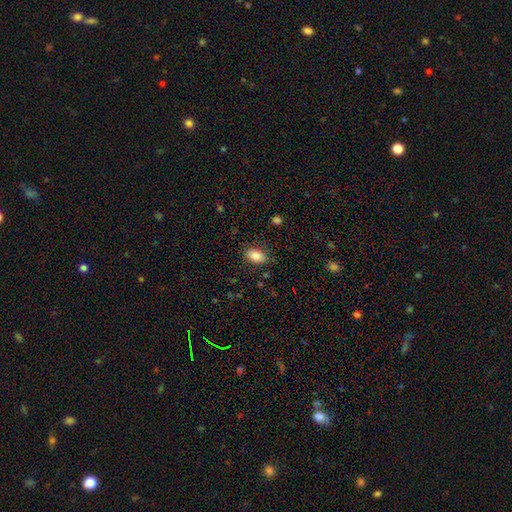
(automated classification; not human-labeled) Smooth or featured: smooth — 83% (featured or disk — 9%)
How rounded: in between — 91% (round — 7%)
Merging: none — 82% (minor disturbance — 13%)